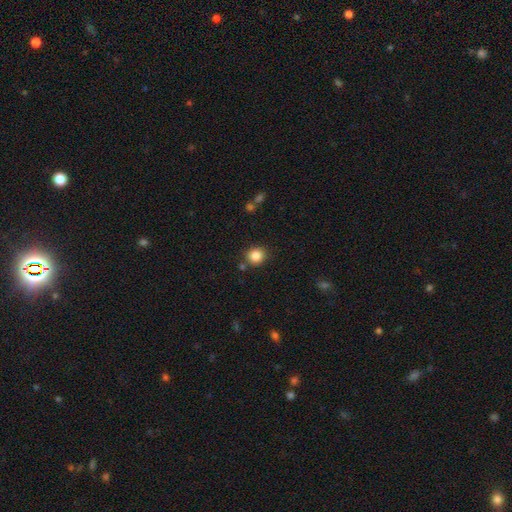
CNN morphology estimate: smooth-or-featured: smooth: 85% | star or artifact: 10% | featured or disk: 5%
  how-rounded: round: 84% | in between: 15% | cigar-shaped: 1%
  merging: none: 84% | minor disturbance: 8% | merger: 4% | major disturbance: 3%